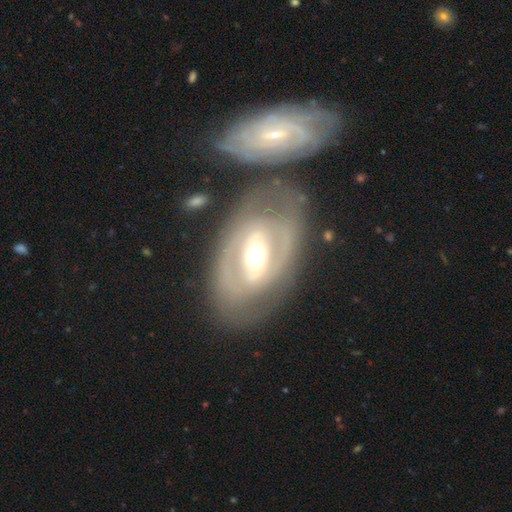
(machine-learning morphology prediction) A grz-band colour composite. It shows a featured or disk galaxy (78%) with a strong bar (37%), spiral arms (63%) and a moderate central bulge (73%). Merging: none (62%).